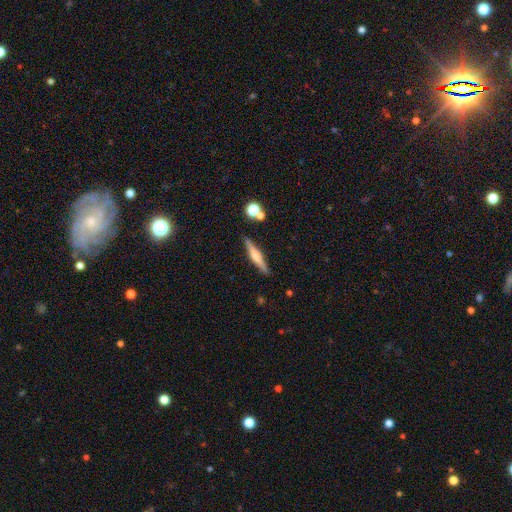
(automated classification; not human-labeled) Smooth or featured? featured or disk (55%)
Edge-on disk? yes (97%)
Edge-on bulge? rounded (71%)
Merging? none (87%)